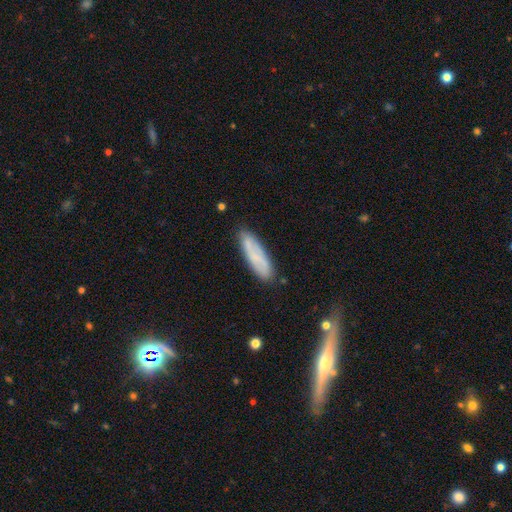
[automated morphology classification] A smooth galaxy with no disk features (61%) that is cigar-shaped (62%). Merging: none (80%).